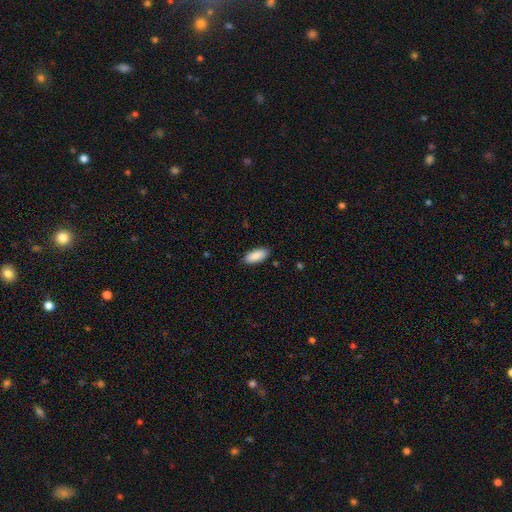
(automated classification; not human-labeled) A smooth galaxy with no disk features (90%) that is in between round and cigar-shaped (85%). Merging: none (87%).